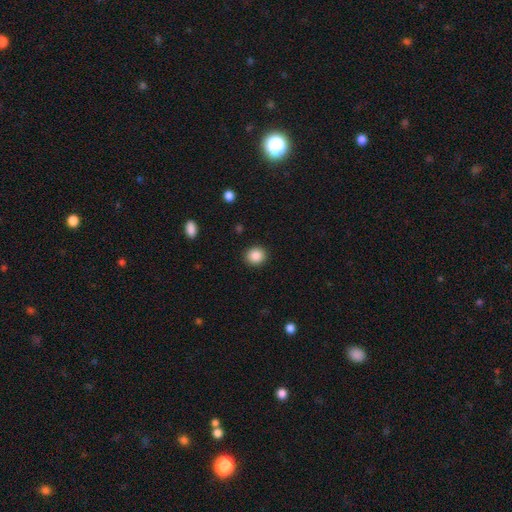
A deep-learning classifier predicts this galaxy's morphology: smooth-or-featured: smooth: 87% | star or artifact: 9% | featured or disk: 3%
  how-rounded: round: 87% | in between: 12% | cigar-shaped: 1%
  merging: none: 91% | minor disturbance: 6% | major disturbance: 2% | merger: 1%